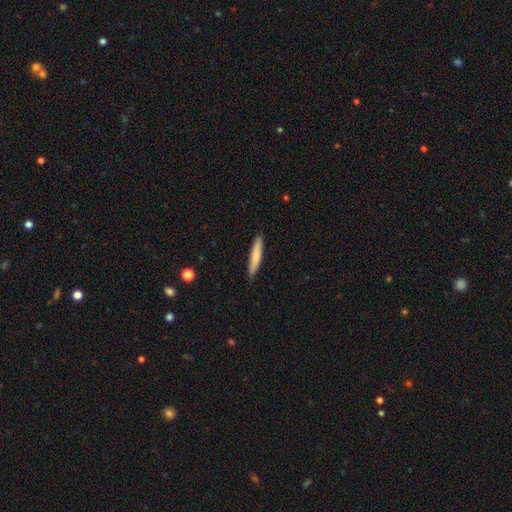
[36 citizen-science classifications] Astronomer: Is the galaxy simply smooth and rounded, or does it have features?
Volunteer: smooth — 81%.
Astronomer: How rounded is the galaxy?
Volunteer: cigar-shaped — 90%.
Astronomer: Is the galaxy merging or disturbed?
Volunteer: none — 85%.